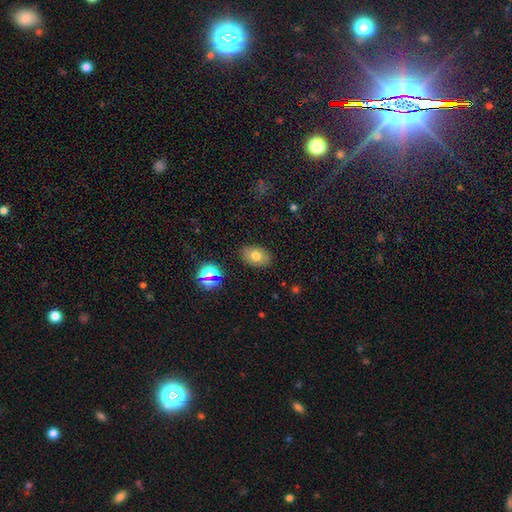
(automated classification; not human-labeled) Smooth or featured?
  - smooth: 72% *
  - featured or disk: 16%
  - star or artifact: 13%
How rounded?
  - in between: 84% *
  - round: 15%
  - cigar-shaped: 1%
Merging?
  - none: 87% *
  - minor disturbance: 9%
  - major disturbance: 3%
  - merger: 2%